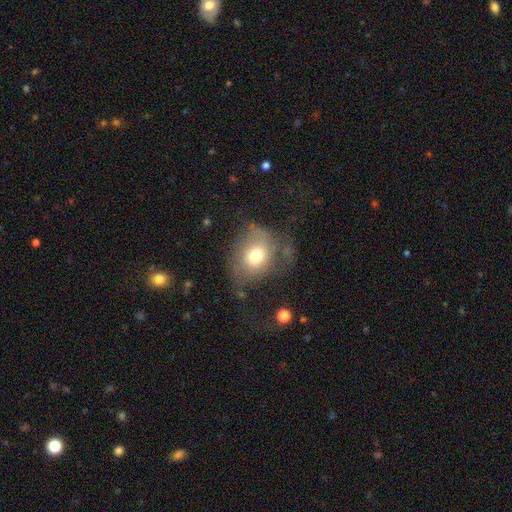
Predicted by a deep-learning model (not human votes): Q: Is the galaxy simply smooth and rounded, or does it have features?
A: smooth — 67%.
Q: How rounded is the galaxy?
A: round — 56%.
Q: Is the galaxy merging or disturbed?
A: none — 47%.